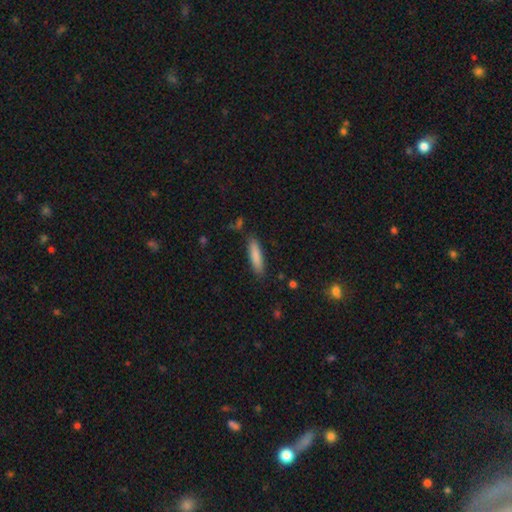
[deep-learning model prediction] Overall: smooth (84%). How rounded: cigar-shaped (77%). Merging: none (85%).